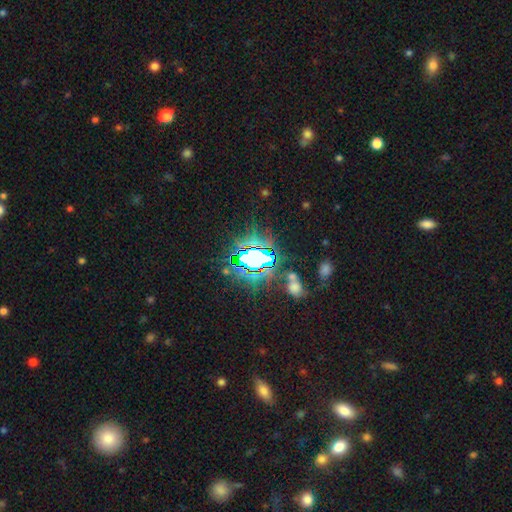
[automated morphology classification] Smooth or featured? star or artifact (72%)